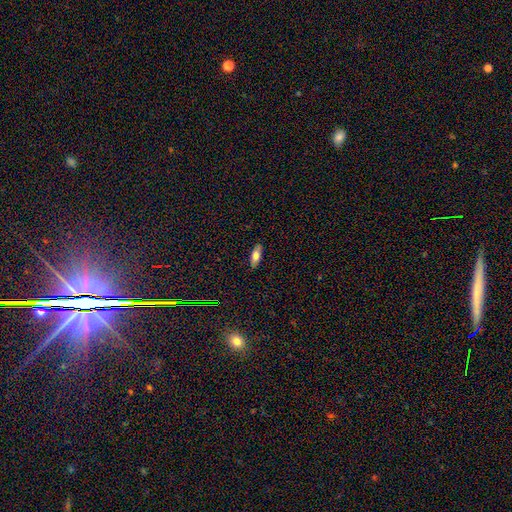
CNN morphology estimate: Smooth or featured? Predicted: smooth (p=0.70). How rounded? Predicted: in between (p=0.72). Merging? Predicted: none (p=0.88).